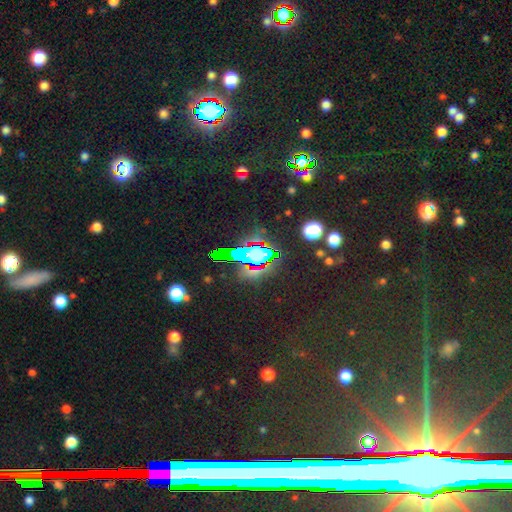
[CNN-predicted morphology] Q: Smooth or featured?
A: star or artifact (65%); runner-up: smooth (23%)